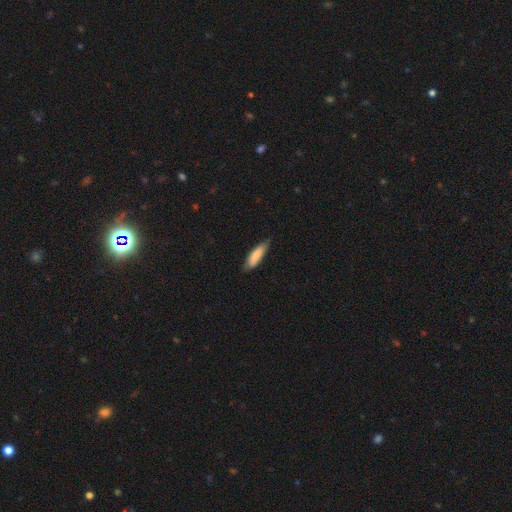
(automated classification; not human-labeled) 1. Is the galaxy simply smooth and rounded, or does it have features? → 82% smooth, 12% featured or disk, 6% star or artifact.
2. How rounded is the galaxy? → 57% cigar-shaped, 42% in between, 1% round.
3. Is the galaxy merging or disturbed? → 72% none, 24% minor disturbance, 3% major disturbance, 1% merger.